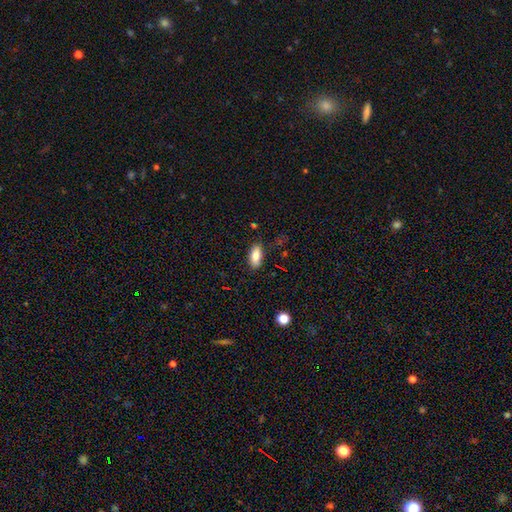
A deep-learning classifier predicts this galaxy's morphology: A smooth galaxy with no disk features (84%) that is in between round and cigar-shaped (88%). Merging: none (83%).